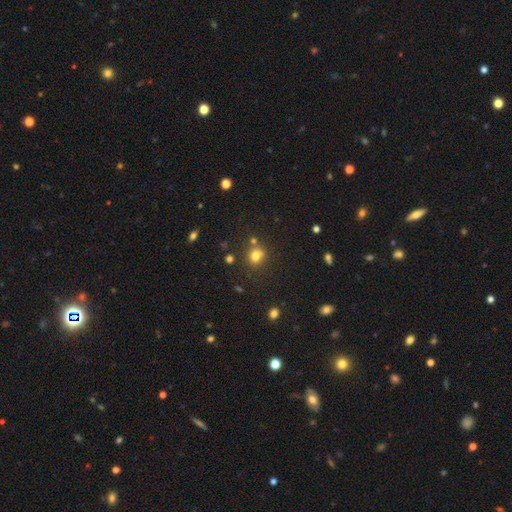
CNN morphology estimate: Smooth or featured? Predicted: smooth (p=0.74). How rounded? Predicted: round (p=0.80). Merging? Predicted: none (p=0.65).